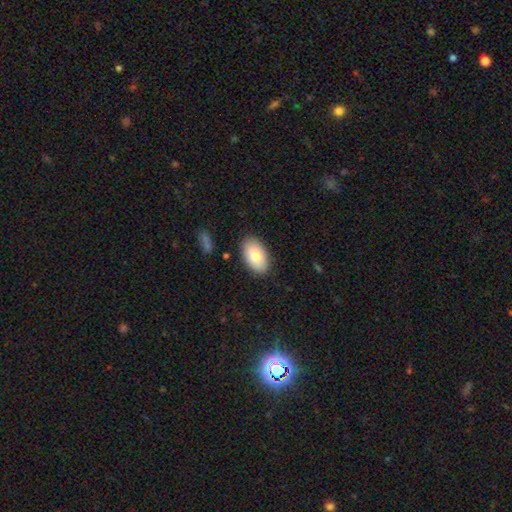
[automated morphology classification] smooth-or-featured: smooth: 81% | featured or disk: 13% | star or artifact: 6%
  how-rounded: in between: 94% | round: 4% | cigar-shaped: 1%
  merging: none: 87% | minor disturbance: 9% | major disturbance: 2% | merger: 1%